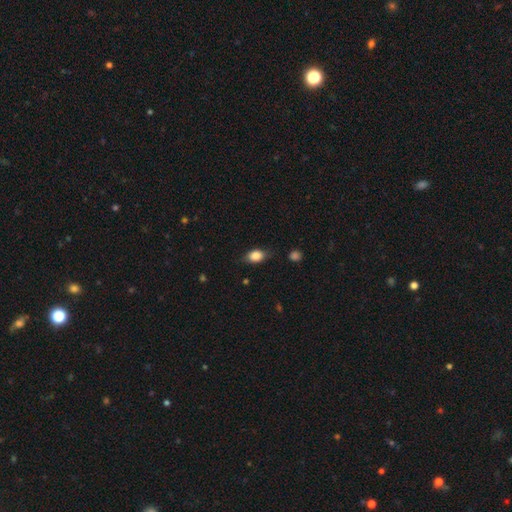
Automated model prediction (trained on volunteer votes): A smooth galaxy with no disk features (84%) that is in between round and cigar-shaped (81%). Merging: none (74%).